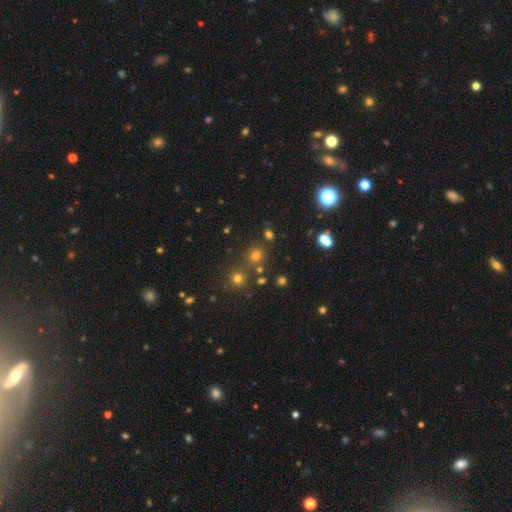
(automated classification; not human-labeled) Q: Smooth or featured?
A: smooth (67%); runner-up: star or artifact (26%)
Q: How rounded?
A: round (89%); runner-up: in between (10%)
Q: Merging?
A: none (78%); runner-up: merger (11%)